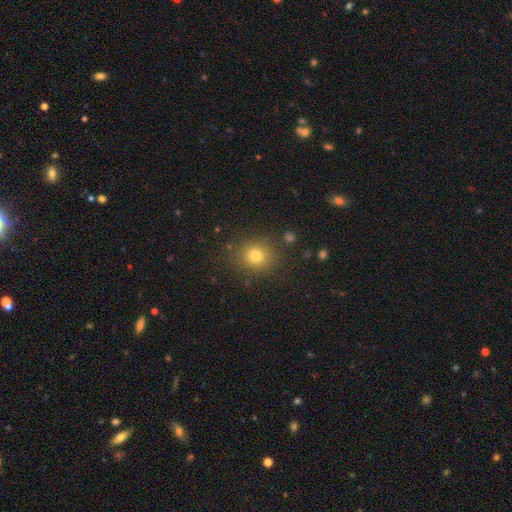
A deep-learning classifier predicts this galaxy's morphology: smooth_or_featured: smooth (p=0.76) [alt: star or artifact p=0.15]
how_rounded: round (p=0.79) [alt: in between p=0.20]
merging: none (p=0.84) [alt: minor disturbance p=0.10]